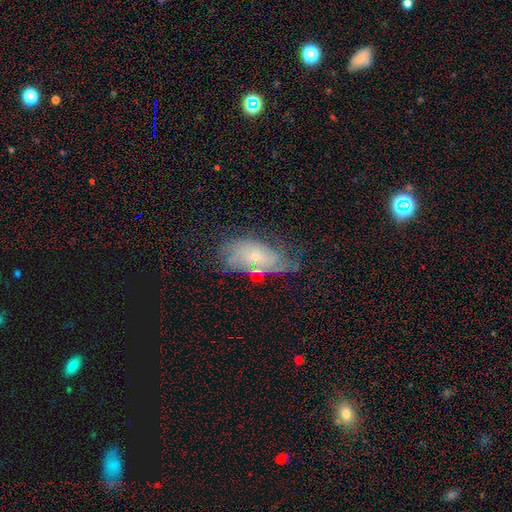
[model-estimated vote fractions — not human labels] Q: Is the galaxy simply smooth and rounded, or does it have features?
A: featured or disk — 62%.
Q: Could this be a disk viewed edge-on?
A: no — 92%.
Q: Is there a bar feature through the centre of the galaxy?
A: no — 76%.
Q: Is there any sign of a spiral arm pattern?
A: yes — 83%.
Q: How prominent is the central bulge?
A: small — 73%.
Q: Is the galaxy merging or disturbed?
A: none — 56%.